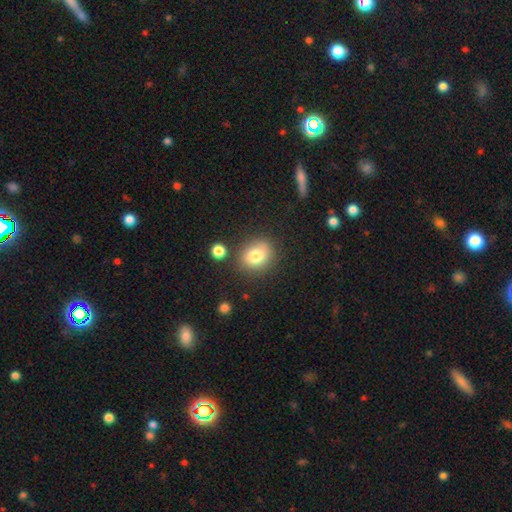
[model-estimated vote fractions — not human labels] Smooth or featured?
  - smooth: 78% *
  - featured or disk: 11%
  - star or artifact: 10%
How rounded?
  - round: 58% *
  - in between: 41%
  - cigar-shaped: 1%
Merging?
  - none: 77% *
  - minor disturbance: 13%
  - merger: 6%
  - major disturbance: 4%